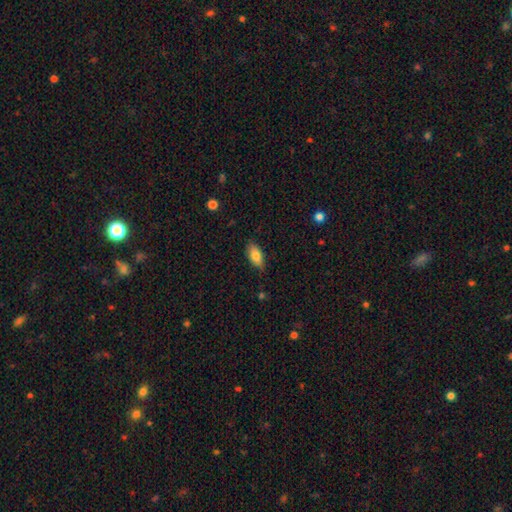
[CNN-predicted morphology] A smooth galaxy with no disk features (81%) that is in between round and cigar-shaped (87%).

Vote fractions:
- Smooth or featured? smooth: 81% / featured or disk: 11% / star or artifact: 7%
- How rounded? in between: 87% / cigar-shaped: 10% / round: 3%
- Merging? none: 81% / minor disturbance: 15% / major disturbance: 2% / merger: 1%